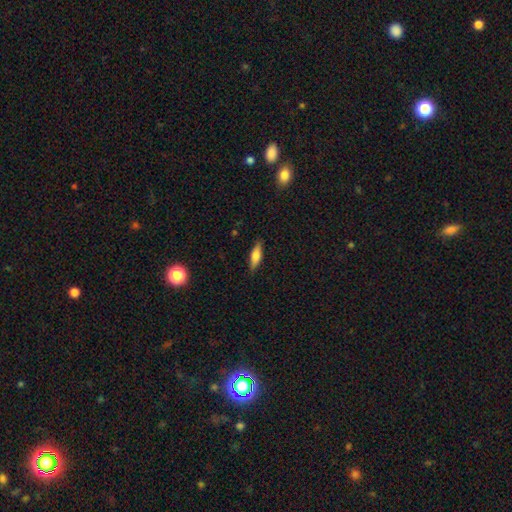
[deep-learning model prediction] smooth 68%, featured or disk 25%, star or artifact 7%. Down the decision tree: how rounded — in between (49%); merging — none (86%).